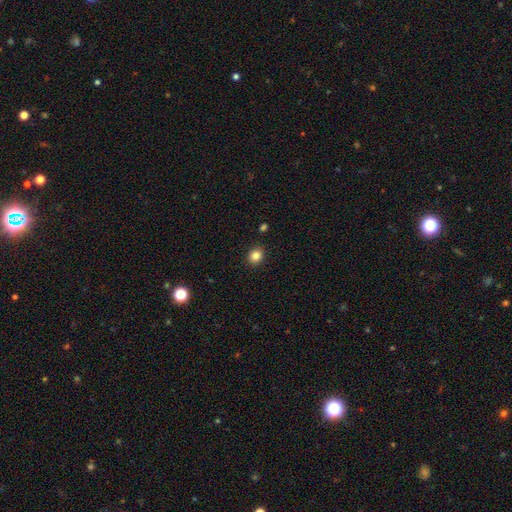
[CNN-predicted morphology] smooth-or-featured: smooth: 84% | star or artifact: 11% | featured or disk: 5%
  how-rounded: round: 68% | in between: 31% | cigar-shaped: 1%
  merging: none: 90% | minor disturbance: 6% | major disturbance: 2% | merger: 1%